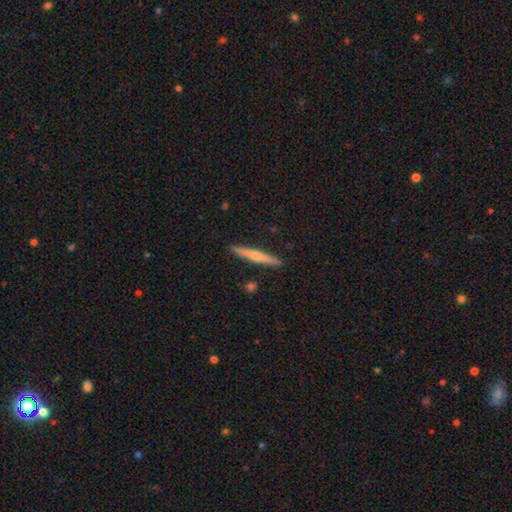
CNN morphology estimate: Smooth or featured: featured or disk — 54% (smooth — 41%)
Edge-on disk: yes — 97% (no — 3%)
Edge-on bulge: rounded — 75% (none — 19%)
Merging: none — 91% (minor disturbance — 6%)